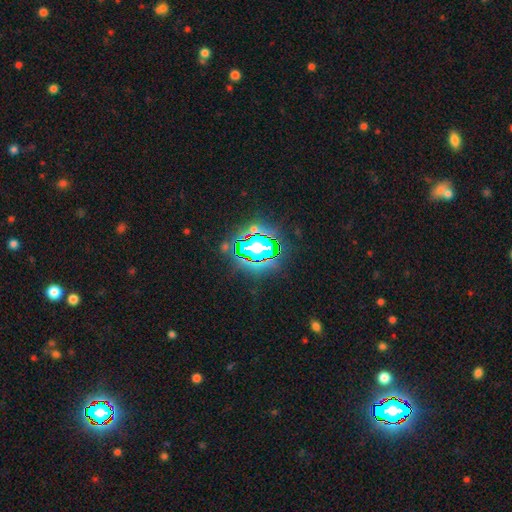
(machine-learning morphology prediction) Smooth or featured?
  - star or artifact: 79% *
  - smooth: 12%
  - featured or disk: 10%